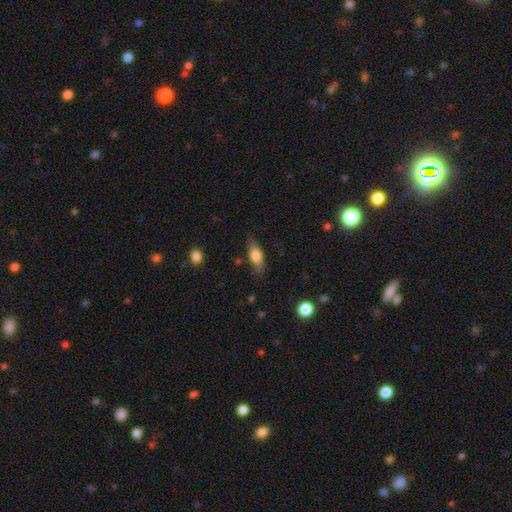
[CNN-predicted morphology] type=smooth (70%); roundness=in between (69%); merging=none (79%).